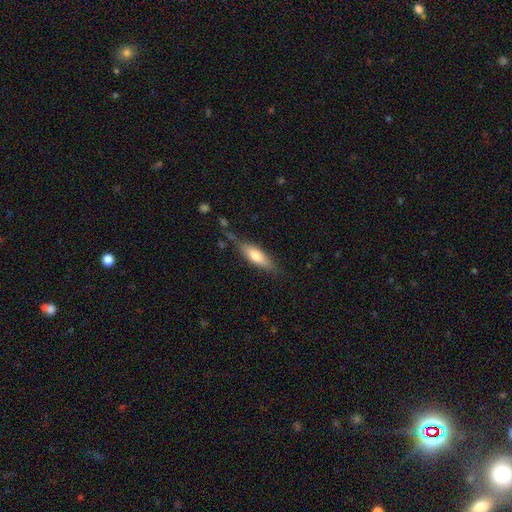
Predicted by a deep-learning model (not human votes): smooth_or_featured: smooth (p=0.67) [alt: featured or disk p=0.27]
how_rounded: cigar-shaped (p=0.49) [tied with: in between p=0.49]
merging: none (p=0.70) [alt: minor disturbance p=0.20]